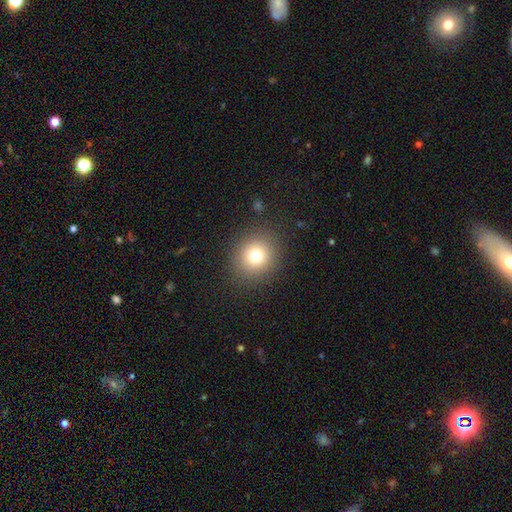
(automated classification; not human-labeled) The model was most divided on "smooth or featured": smooth: 76%, star or artifact: 14%, featured or disk: 10%. More confident: merging — none (88%); how rounded — round (84%).